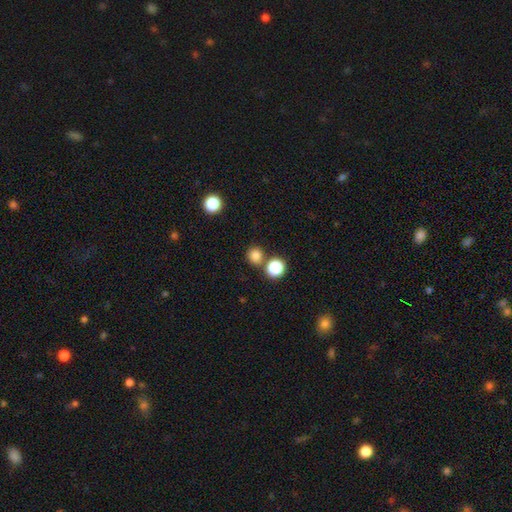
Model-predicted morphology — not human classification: type=smooth (80%); roundness=round (90%); merging=none (74%).